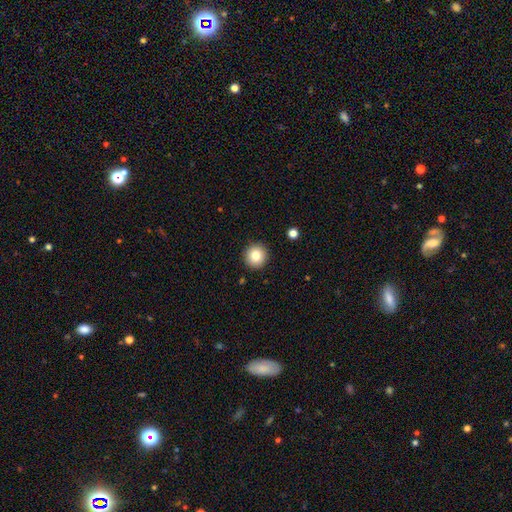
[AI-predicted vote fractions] smooth_or_featured: smooth (p=0.83) [alt: star or artifact p=0.10]
how_rounded: round (p=0.94) [alt: in between p=0.05]
merging: none (p=0.92) [alt: minor disturbance p=0.05]